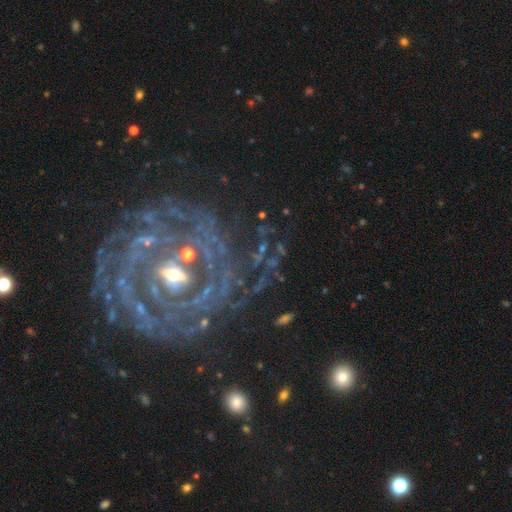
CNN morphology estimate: Smooth or featured? featured or disk (83%)
Edge-on disk? no (97%)
Bar? no (49%)
Spiral arms? yes (93%)
Spiral winding? tight (82%)
Spiral arm count? can't tell (27%)
Bulge size? moderate (49%)
Merging? none (73%)